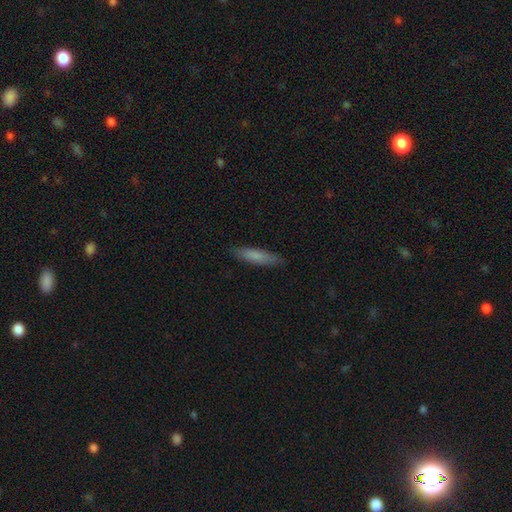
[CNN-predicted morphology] Smooth or featured? smooth (76%)
How rounded? cigar-shaped (81%)
Merging? none (86%)